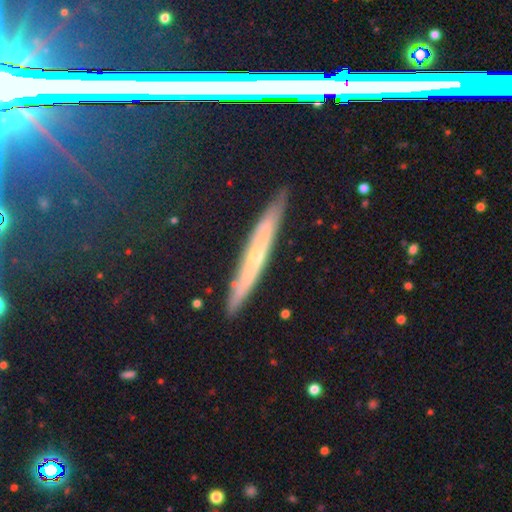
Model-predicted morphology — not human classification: This is likely a featured or disk galaxy (65%). It is clearly viewed edge-on (86%). Edge-on bulge: possibly rounded (52%). Merging: clearly none (87%).